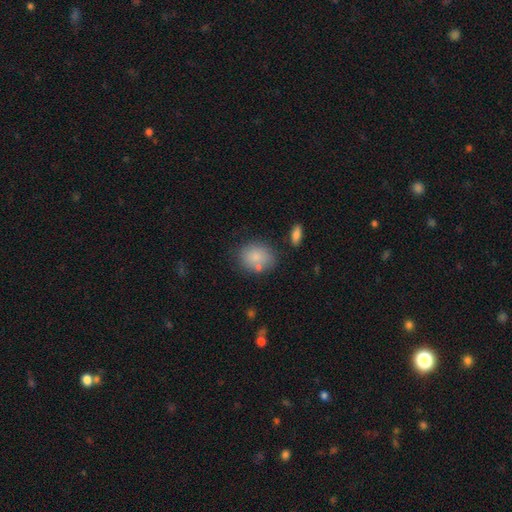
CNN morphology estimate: smooth 82%, featured or disk 10%, star or artifact 9%. Down the decision tree: how rounded — in between (56%); merging — none (68%).